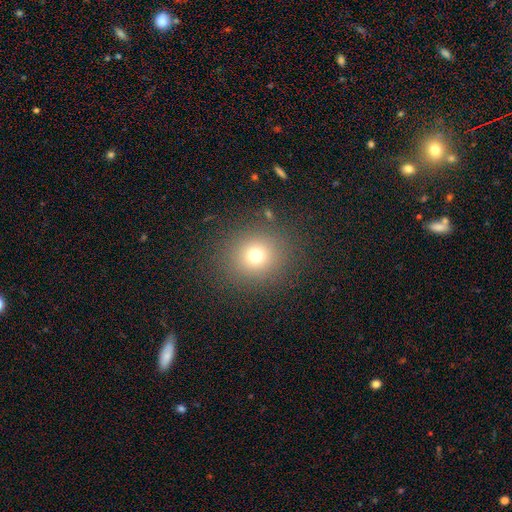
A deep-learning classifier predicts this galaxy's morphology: A smooth galaxy with no disk features (72%) that is round (88%).

Vote fractions:
- Smooth or featured? smooth: 72% / star or artifact: 18% / featured or disk: 10%
- How rounded? round: 88% / in between: 11% / cigar-shaped: 1%
- Merging? none: 87% / minor disturbance: 7% / major disturbance: 4% / merger: 2%